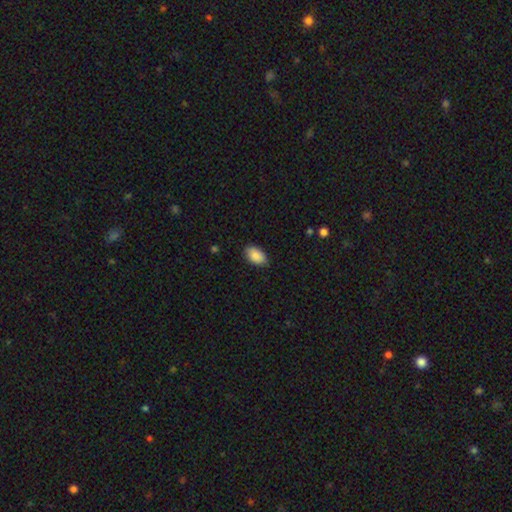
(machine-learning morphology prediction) Smooth or featured? Predicted: smooth (p=0.89). How rounded? Predicted: in between (p=0.93). Merging? Predicted: none (p=0.83).